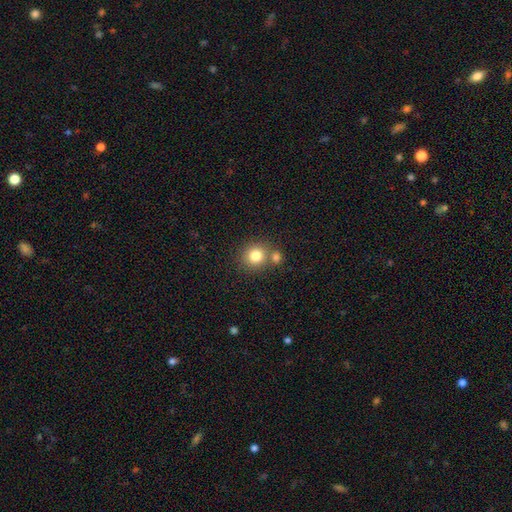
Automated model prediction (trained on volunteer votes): smooth-or-featured: smooth: 80% | star or artifact: 11% | featured or disk: 9%
  how-rounded: round: 89% | in between: 10% | cigar-shaped: 1%
  merging: none: 65% | merger: 24% | minor disturbance: 8% | major disturbance: 3%